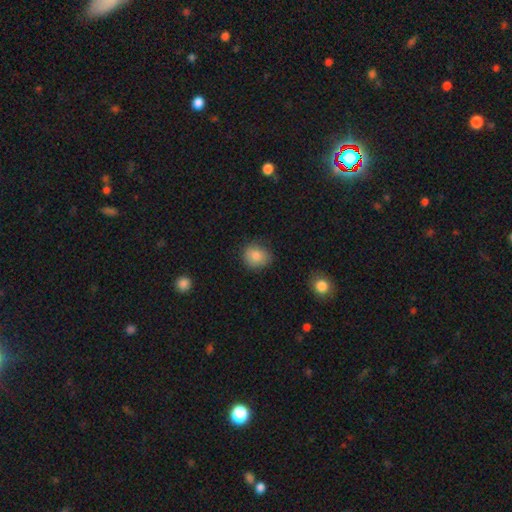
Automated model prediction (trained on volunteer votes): A smooth galaxy with no disk features (82%) that is round (79%). Merging: none (78%).